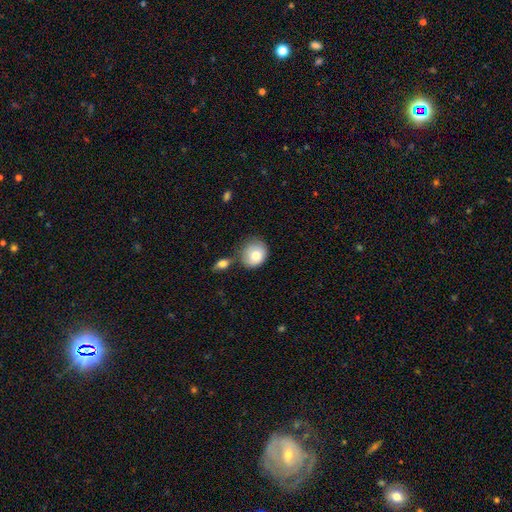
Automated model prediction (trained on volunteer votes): Smooth or featured? smooth (80%)
How rounded? round (73%)
Merging? none (61%)